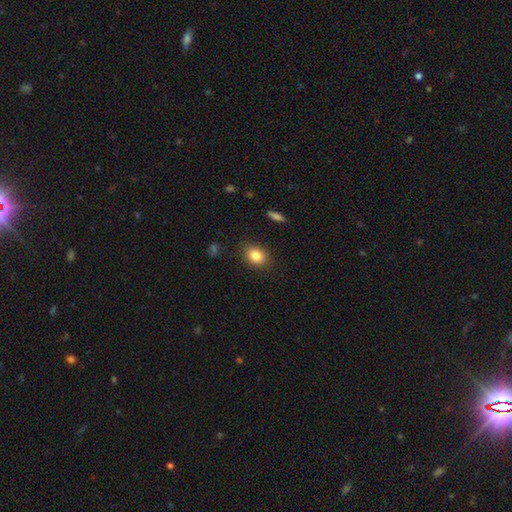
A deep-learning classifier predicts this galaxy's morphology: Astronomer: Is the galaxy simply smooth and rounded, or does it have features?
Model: smooth — 83%.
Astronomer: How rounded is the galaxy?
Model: in between — 67%.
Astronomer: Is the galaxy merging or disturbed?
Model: none — 87%.